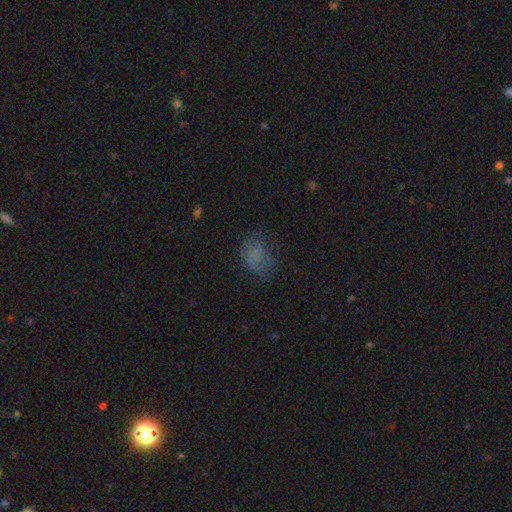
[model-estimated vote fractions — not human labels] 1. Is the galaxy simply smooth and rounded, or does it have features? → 65% smooth, 18% featured or disk, 17% star or artifact.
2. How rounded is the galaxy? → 71% in between, 28% round, 1% cigar-shaped.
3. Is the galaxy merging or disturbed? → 51% none, 26% minor disturbance, 21% major disturbance, 2% merger.